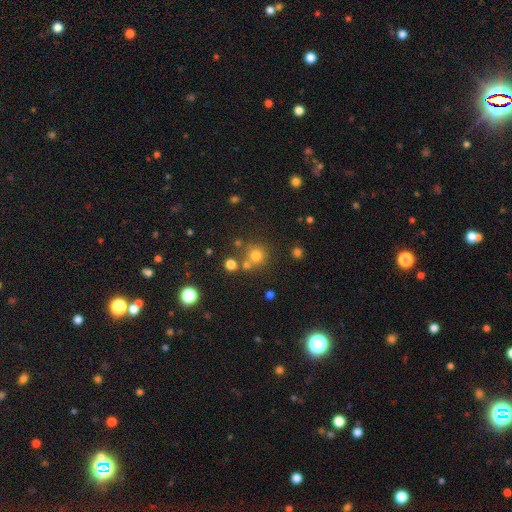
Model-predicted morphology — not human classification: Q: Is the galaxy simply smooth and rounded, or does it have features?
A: smooth — 72%.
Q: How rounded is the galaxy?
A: round — 91%.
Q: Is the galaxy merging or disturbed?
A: none — 69%.